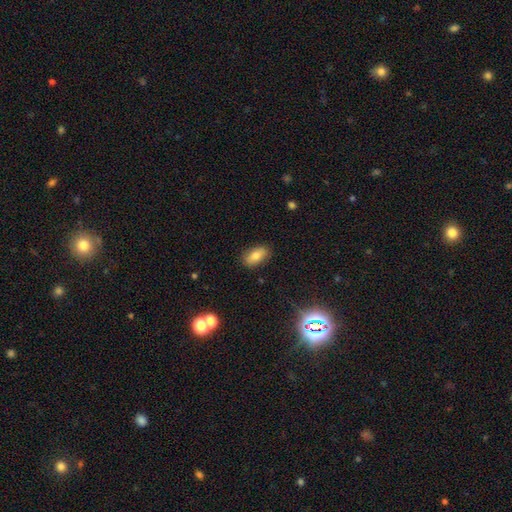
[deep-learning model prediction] Q: Smooth or featured?
A: smooth (78%); runner-up: featured or disk (12%)
Q: How rounded?
A: in between (89%); runner-up: cigar-shaped (6%)
Q: Merging?
A: none (85%); runner-up: minor disturbance (11%)